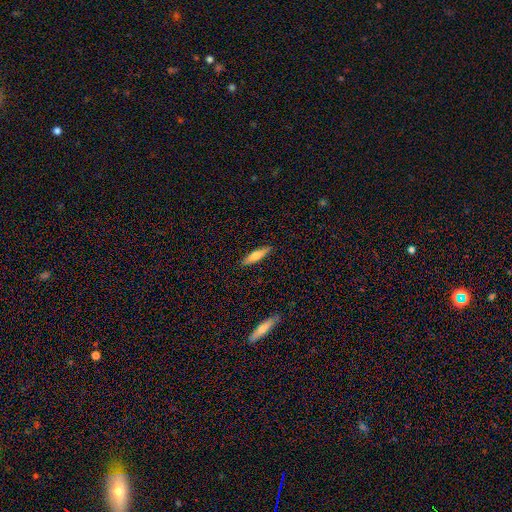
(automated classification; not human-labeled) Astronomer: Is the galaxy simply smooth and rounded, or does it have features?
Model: smooth — 62%.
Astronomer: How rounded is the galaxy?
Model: cigar-shaped — 73%.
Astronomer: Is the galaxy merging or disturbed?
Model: none — 88%.